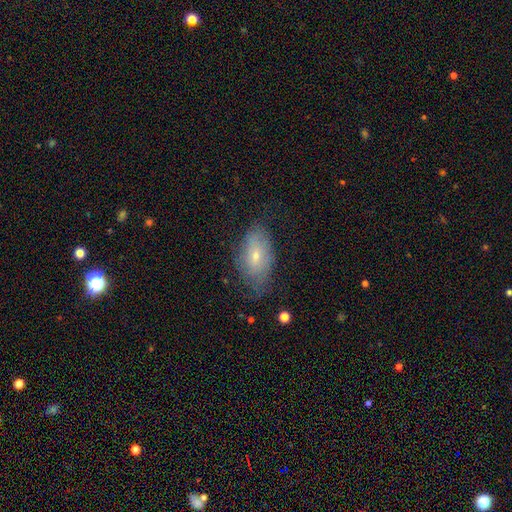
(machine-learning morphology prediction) Smooth or featured? smooth (59%)
How rounded? in between (91%)
Merging? none (60%)